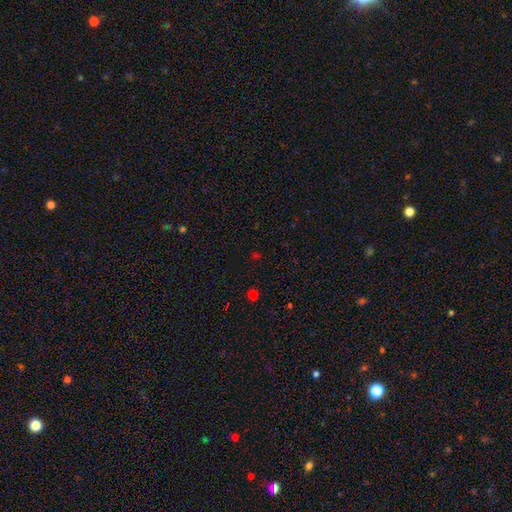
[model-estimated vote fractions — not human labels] Morphology: type=star or artifact (55%).